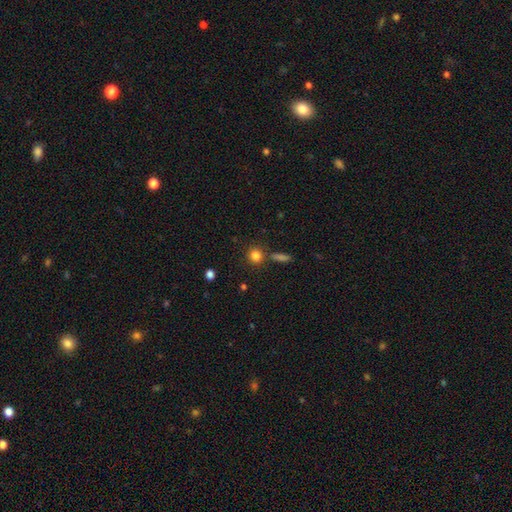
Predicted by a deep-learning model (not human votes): A smooth galaxy with no disk features (82%) that is round (84%). Merging: none (78%).